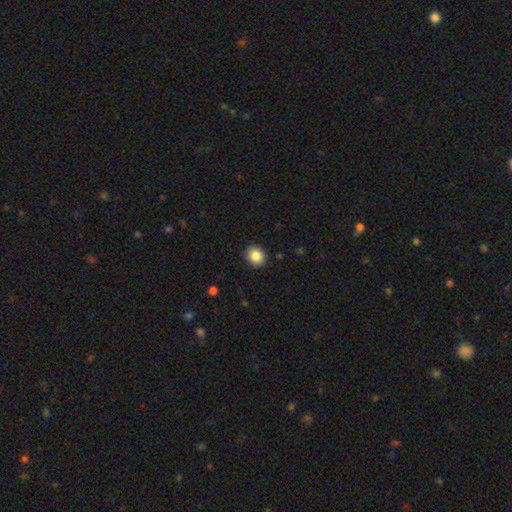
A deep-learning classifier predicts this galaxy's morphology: Smooth or featured: smooth — 85% (star or artifact — 9%)
How rounded: round — 78% (in between — 21%)
Merging: none — 91% (minor disturbance — 6%)